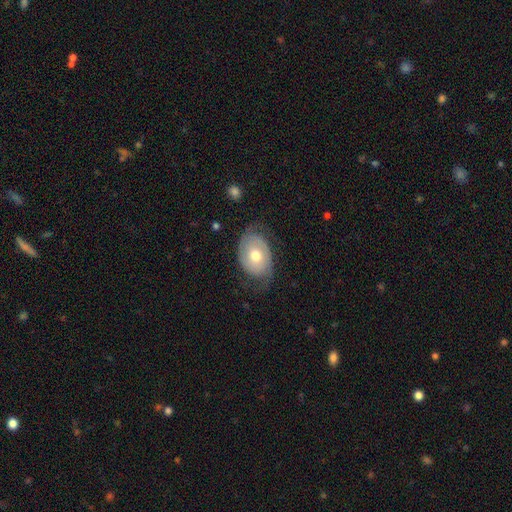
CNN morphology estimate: Overall: featured or disk (63%; smooth 31%). Edge-on disk: no (95%). Bar: no (76%). Spiral arms: yes (77%). Bulge size: moderate (77%). Merging: none (63%).